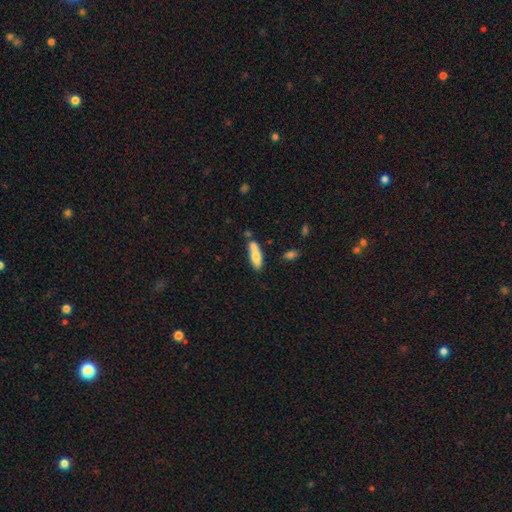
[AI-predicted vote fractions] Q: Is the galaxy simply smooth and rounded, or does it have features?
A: smooth — 71%.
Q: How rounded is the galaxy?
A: in between — 51%.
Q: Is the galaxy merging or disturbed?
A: none — 61%.